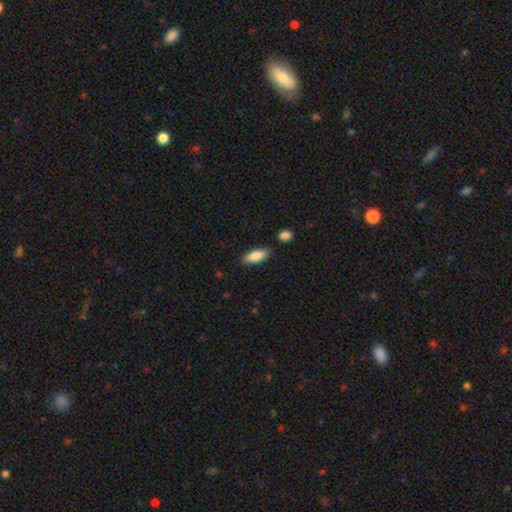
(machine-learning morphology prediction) Smooth or featured? smooth (85%)
How rounded? in between (79%)
Merging? none (82%)